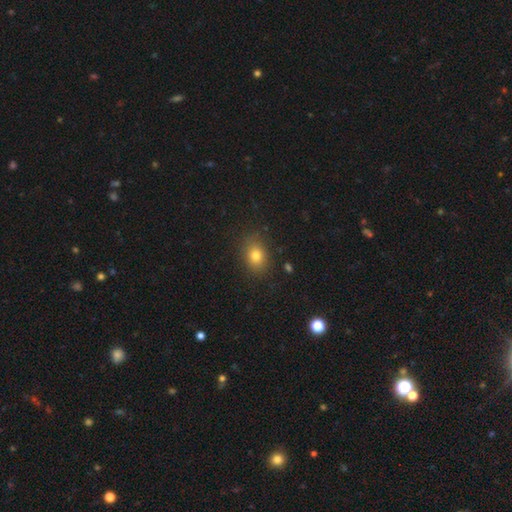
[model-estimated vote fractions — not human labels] smooth 79%, star or artifact 12%, featured or disk 9%. Down the decision tree: how rounded — in between (60%); merging — none (85%).